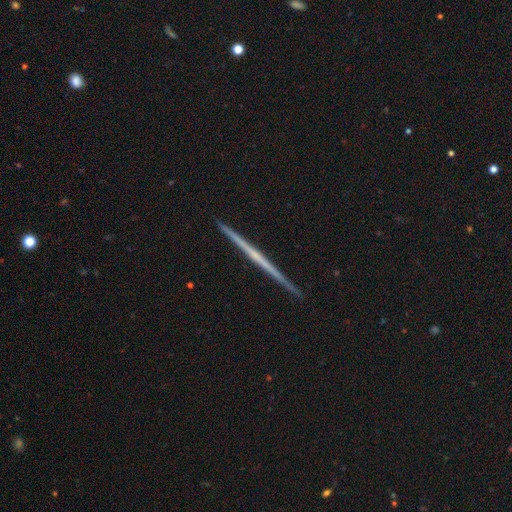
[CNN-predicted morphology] Overall: featured or disk (74%). Edge-on disk: yes (99%). Edge-on bulge: none (78%). Merging: none (93%).